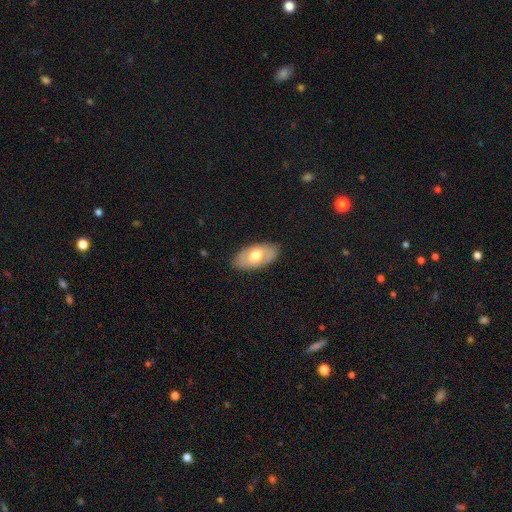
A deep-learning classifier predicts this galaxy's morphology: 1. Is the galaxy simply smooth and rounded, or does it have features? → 47% featured or disk (tied), 47% smooth (tied), 5% star or artifact.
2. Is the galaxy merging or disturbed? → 84% none, 12% minor disturbance, 3% major disturbance, 1% merger.